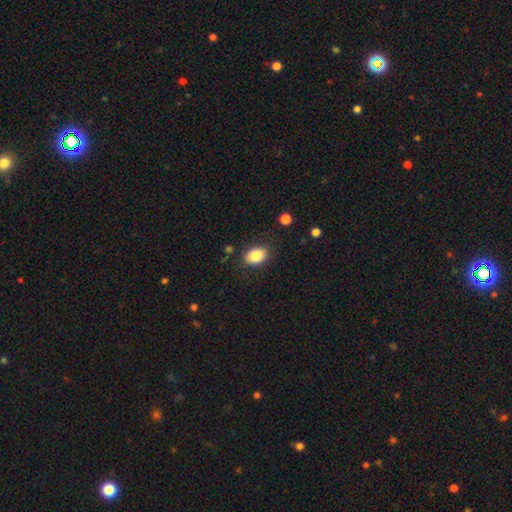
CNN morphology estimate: Overall: smooth (85%). How rounded: in between (80%). Merging: none (85%).